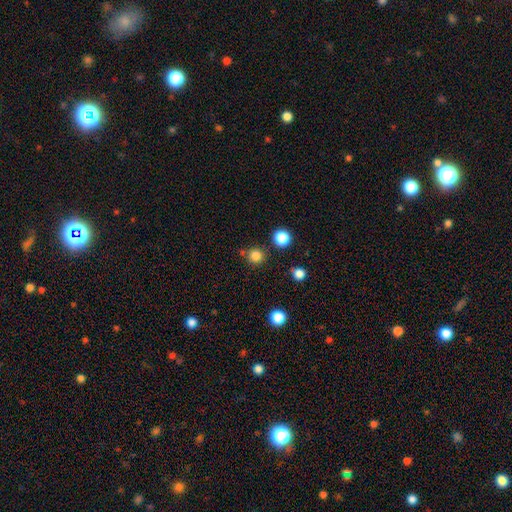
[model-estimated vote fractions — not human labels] smooth 81%, star or artifact 14%, featured or disk 4%. Down the decision tree: how rounded — round (93%); merging — none (79%).